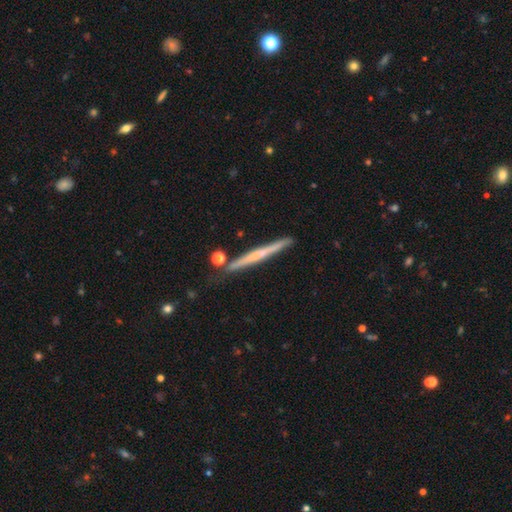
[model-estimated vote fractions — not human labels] Smooth or featured: featured or disk — 54% (smooth — 40%)
Edge-on disk: yes — 97% (no — 3%)
Edge-on bulge: none — 75% (rounded — 20%)
Merging: none — 87% (minor disturbance — 9%)